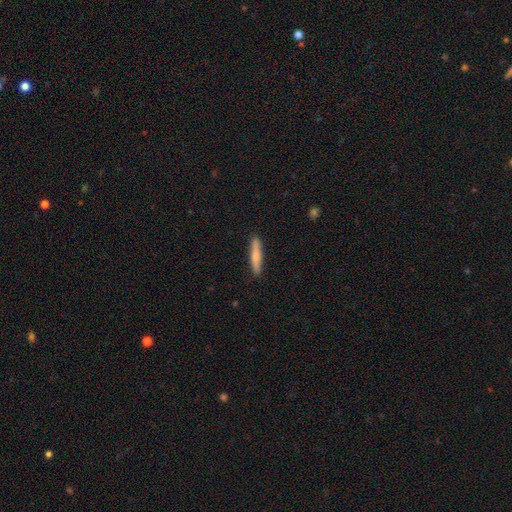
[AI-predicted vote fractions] This is likely a smooth galaxy (71%). How rounded: clearly cigar-shaped (90%). Merging: clearly none (90%).